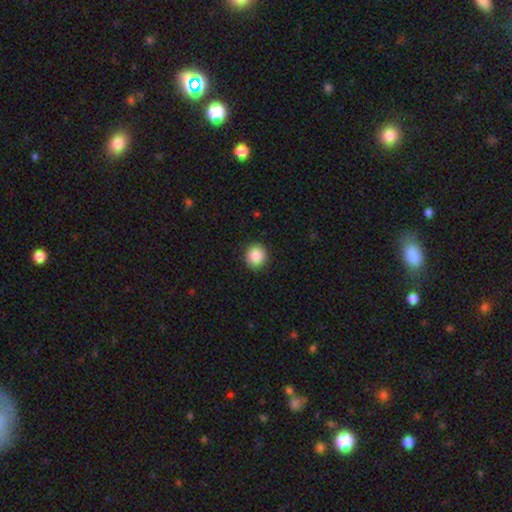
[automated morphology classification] type=smooth (87%); roundness=round (91%); merging=none (91%).